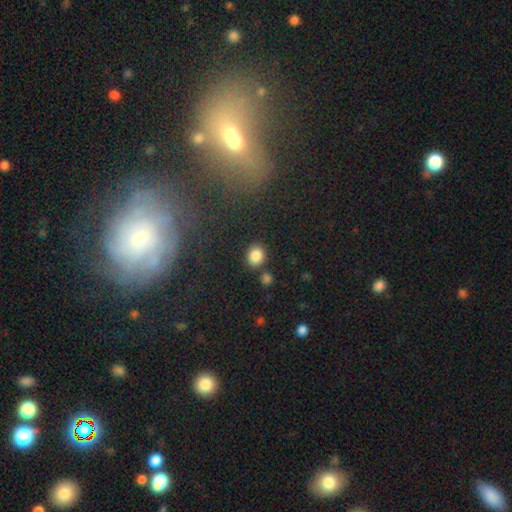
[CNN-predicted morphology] This appears to be a smooth galaxy with no disk features (85%) that is round (73%). Merging: none (79%).